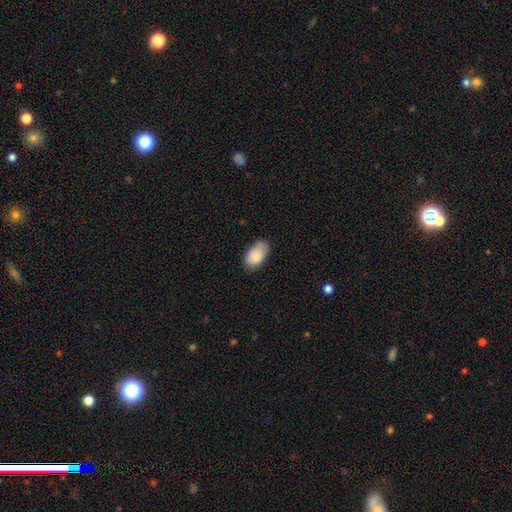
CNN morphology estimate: A smooth galaxy with no disk features (87%) that is in between round and cigar-shaped (94%). Merging: none (73%).